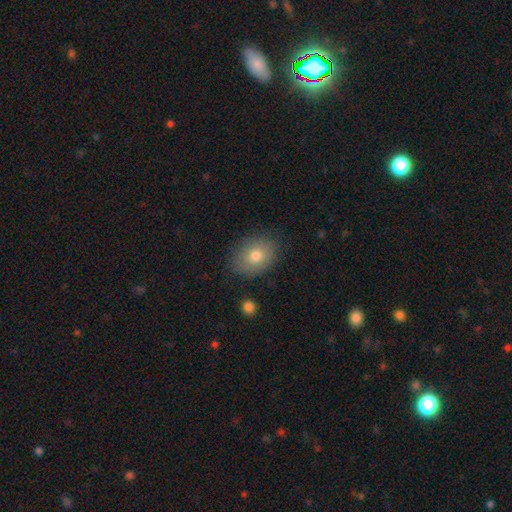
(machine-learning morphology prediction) Smooth or featured? smooth (77%)
How rounded? in between (75%)
Merging? none (82%)